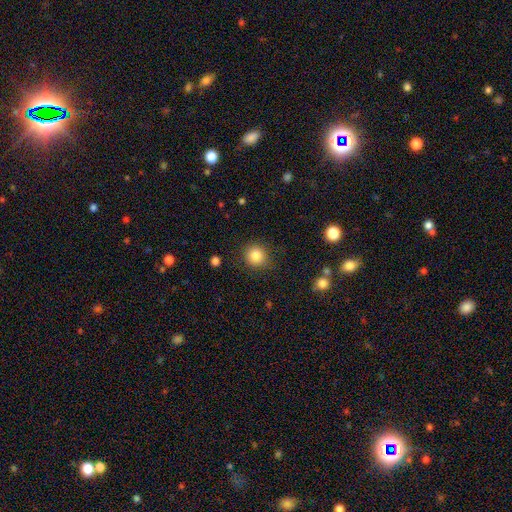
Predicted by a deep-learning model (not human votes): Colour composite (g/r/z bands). It shows a smooth galaxy with no disk features (84%) that is round (89%). Merging: none (85%).